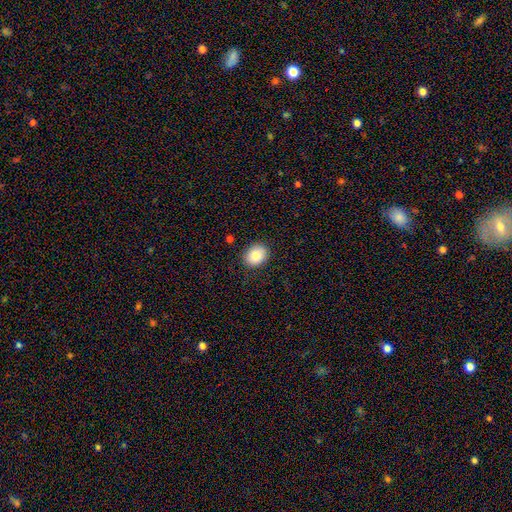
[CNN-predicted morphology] smooth_or_featured: smooth (p=0.85) [alt: star or artifact p=0.08]
how_rounded: round (p=0.51) [alt: in between p=0.48]
merging: none (p=0.88) [alt: minor disturbance p=0.09]